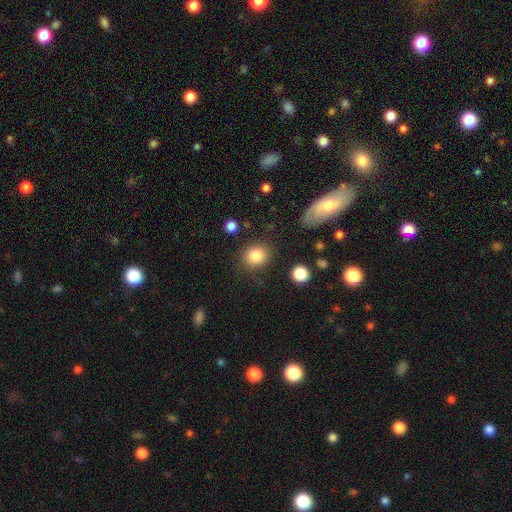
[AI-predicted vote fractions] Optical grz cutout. It shows a smooth galaxy with no disk features (84%) that is round (70%). Merging: none (82%).